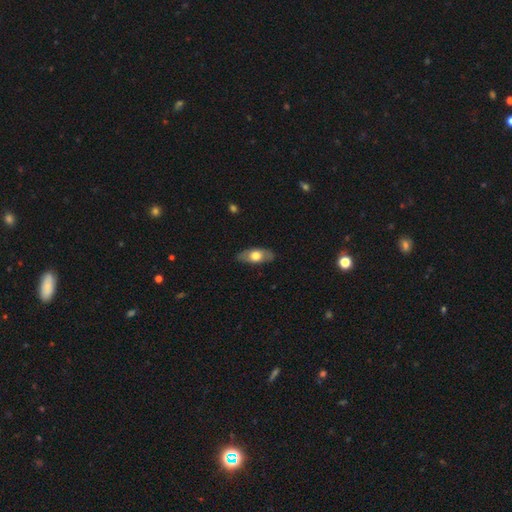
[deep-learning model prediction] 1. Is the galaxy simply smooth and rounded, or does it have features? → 62% smooth, 33% featured or disk, 6% star or artifact.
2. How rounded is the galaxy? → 85% in between, 10% cigar-shaped, 4% round.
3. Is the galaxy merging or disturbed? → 82% none, 14% minor disturbance, 3% major disturbance, 1% merger.